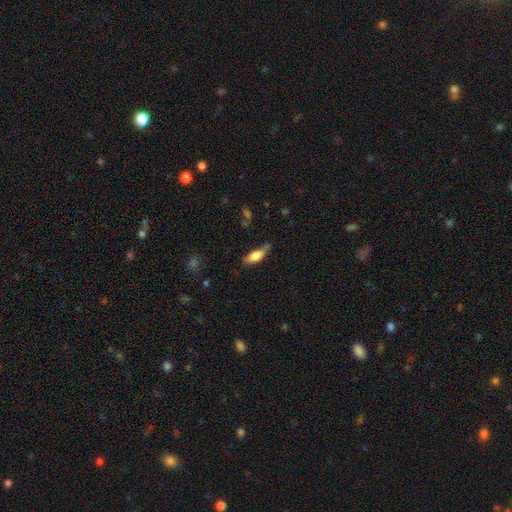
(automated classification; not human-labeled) smooth 73%, featured or disk 20%, star or artifact 7%. Down the decision tree: how rounded — in between (64%); merging — none (60%).